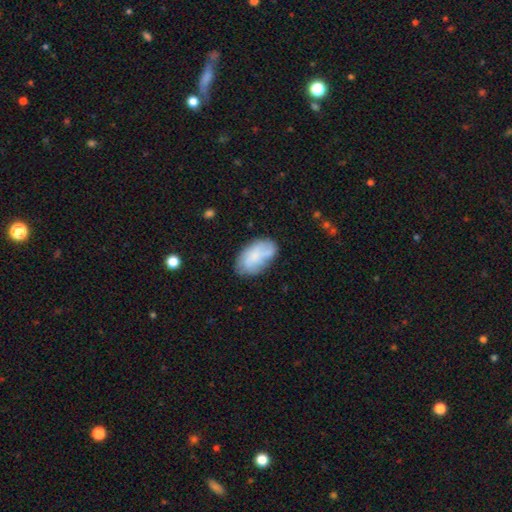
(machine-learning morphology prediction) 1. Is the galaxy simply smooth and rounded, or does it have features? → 62% smooth, 30% featured or disk, 7% star or artifact.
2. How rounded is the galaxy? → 93% in between, 5% round, 2% cigar-shaped.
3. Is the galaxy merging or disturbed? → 59% none, 27% minor disturbance, 10% major disturbance, 5% merger.